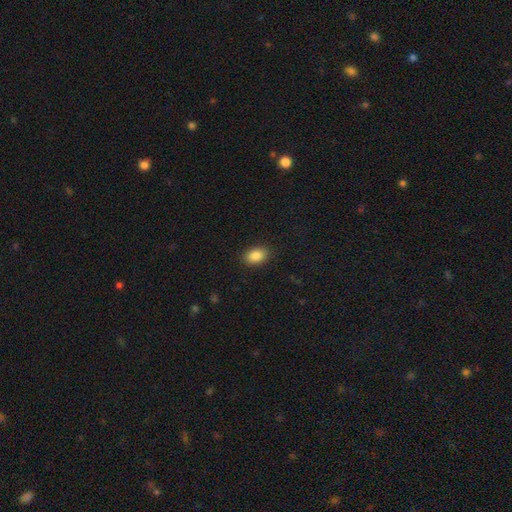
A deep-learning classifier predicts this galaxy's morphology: This appears to be a smooth galaxy with no disk features (87%) that is in between round and cigar-shaped (83%). Merging: none (89%).